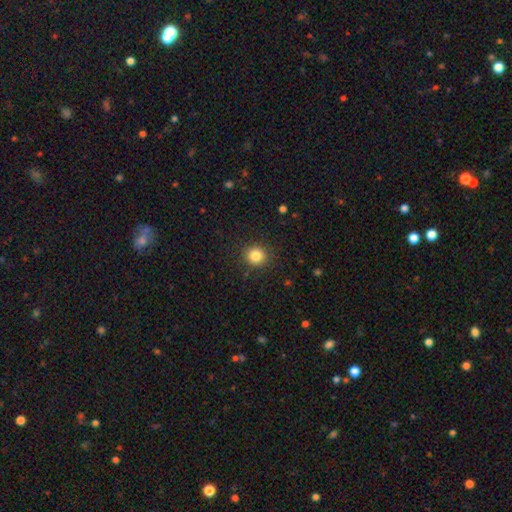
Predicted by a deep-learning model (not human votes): A smooth galaxy with no disk features (84%) that is round (89%).

Vote fractions:
- Smooth or featured? smooth: 84% / star or artifact: 11% / featured or disk: 5%
- How rounded? round: 89% / in between: 10% / cigar-shaped: 1%
- Merging? none: 90% / minor disturbance: 7% / major disturbance: 2% / merger: 1%